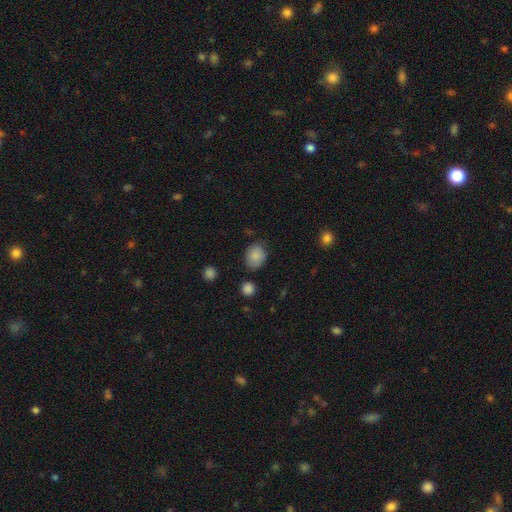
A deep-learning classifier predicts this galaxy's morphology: Smooth or featured? smooth (85%)
How rounded? round (54%)
Merging? none (76%)